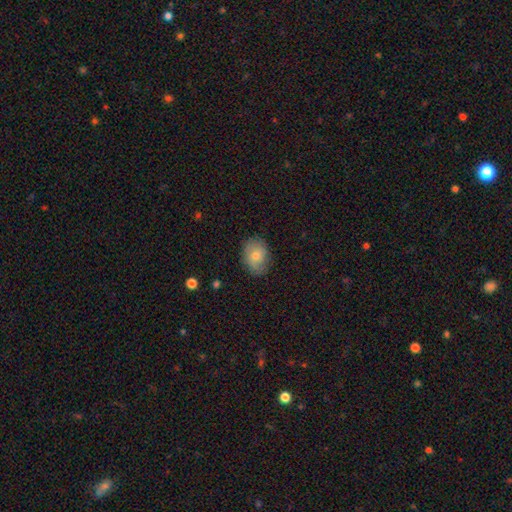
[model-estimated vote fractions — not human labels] This appears to be a smooth galaxy with no disk features (72%) that is in between round and cigar-shaped (64%). Merging: none (79%).